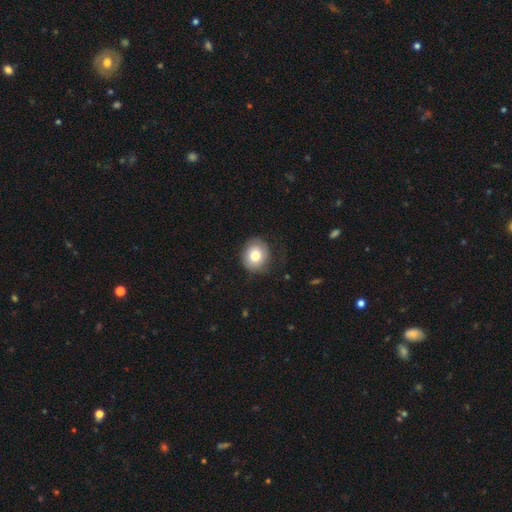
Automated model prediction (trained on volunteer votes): smooth-or-featured: smooth: 76% | featured or disk: 15% | star or artifact: 8%
  how-rounded: round: 73% | in between: 26% | cigar-shaped: 1%
  merging: none: 73% | minor disturbance: 19% | major disturbance: 7% | merger: 1%